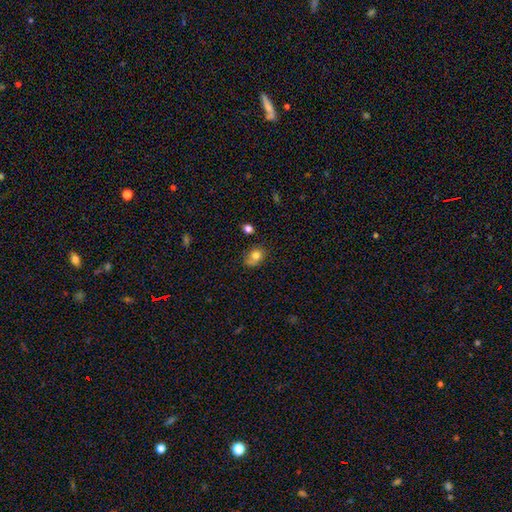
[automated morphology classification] A smooth galaxy with no disk features (77%) that is in between round and cigar-shaped (57%).

Vote fractions:
- Smooth or featured? smooth: 77% / featured or disk: 12% / star or artifact: 11%
- How rounded? in between: 57% / round: 41% / cigar-shaped: 1%
- Merging? none: 59% / minor disturbance: 28% / major disturbance: 7% / merger: 6%